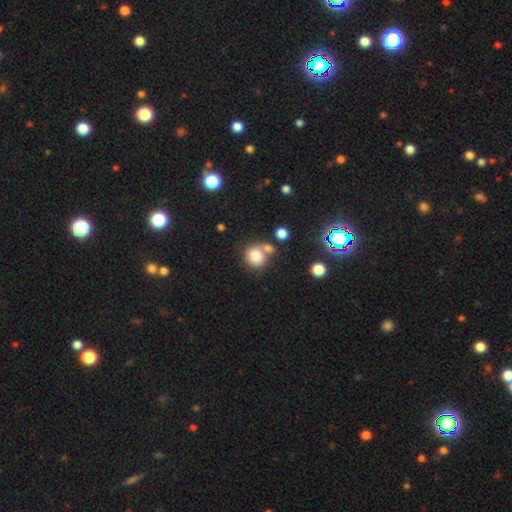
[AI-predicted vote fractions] smooth_or_featured: smooth (p=0.79) [alt: star or artifact p=0.13]
how_rounded: round (p=0.85) [alt: in between p=0.14]
merging: none (p=0.54) [alt: merger p=0.31]